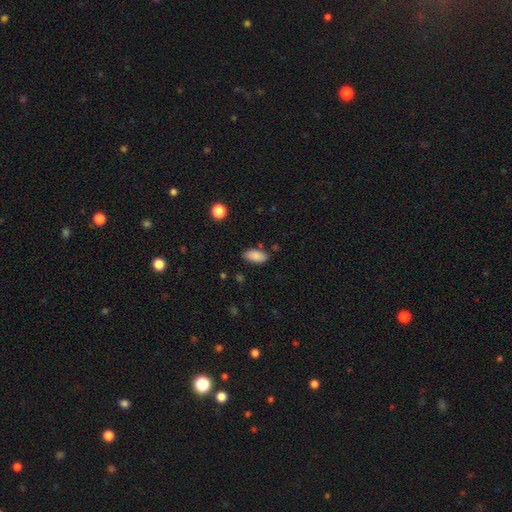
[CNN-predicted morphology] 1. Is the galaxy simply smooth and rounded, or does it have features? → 87% smooth, 8% star or artifact, 6% featured or disk.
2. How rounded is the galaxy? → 91% in between, 6% cigar-shaped, 3% round.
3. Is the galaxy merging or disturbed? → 82% none, 13% minor disturbance, 3% merger, 3% major disturbance.